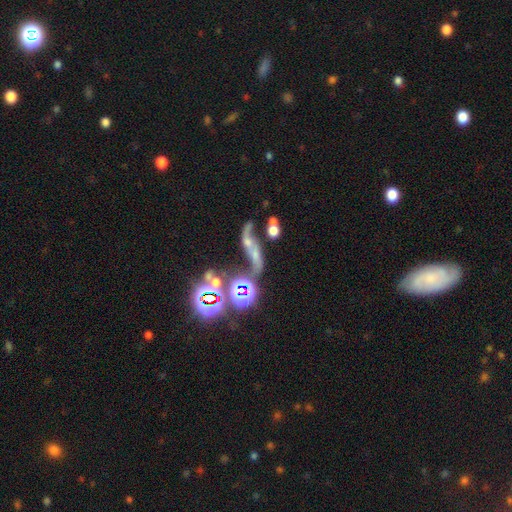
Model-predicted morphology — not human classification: A featured or disk galaxy (56%). Merging: merger (37%).